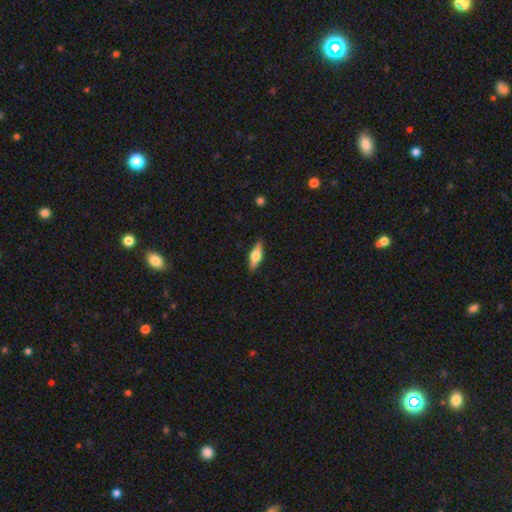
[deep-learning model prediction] Morphology: type=smooth (56%); roundness=in between (57%); merging=none (89%).